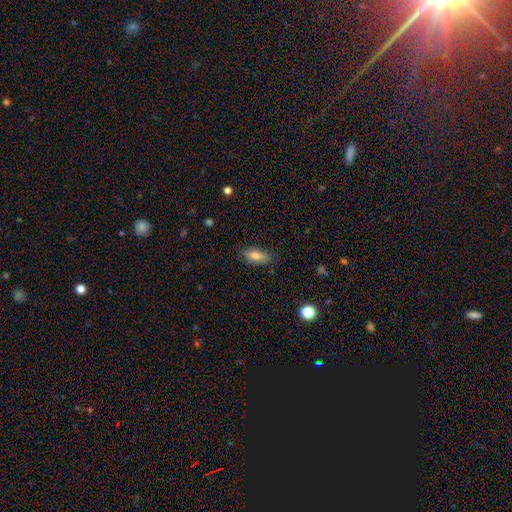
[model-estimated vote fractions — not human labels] This appears to be a smooth galaxy with no disk features (76%) that is in between round and cigar-shaped (76%). Merging: none (77%).